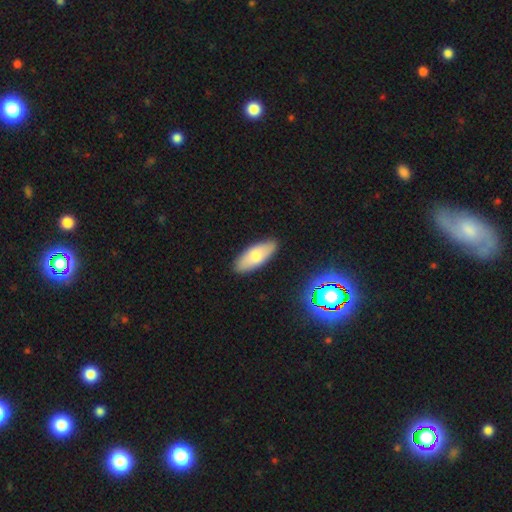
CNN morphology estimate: Overall: smooth (72%). How rounded: in between (80%). Merging: none (87%).